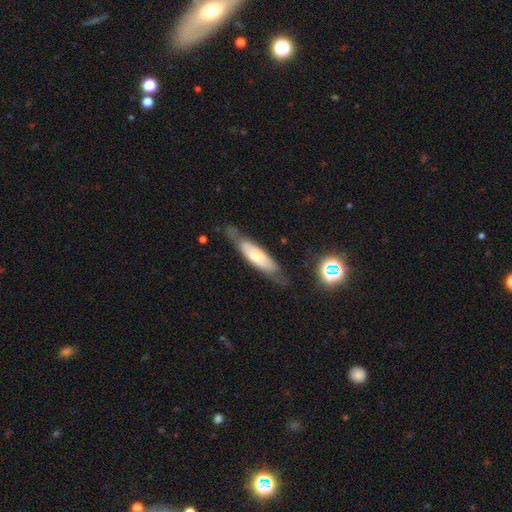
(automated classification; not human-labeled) Q: Smooth or featured?
A: smooth (47%); runner-up: featured or disk (45%)
Q: Merging?
A: none (67%); runner-up: minor disturbance (22%)